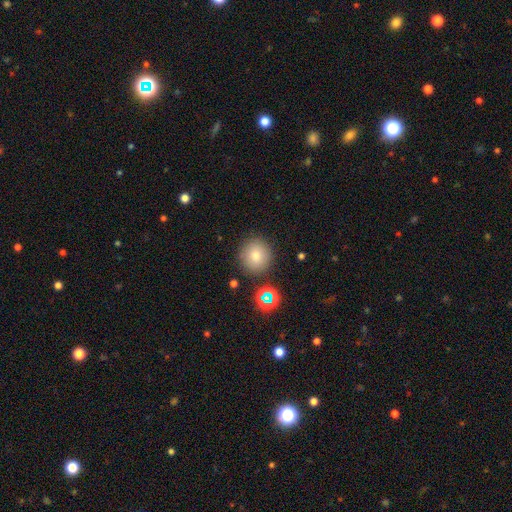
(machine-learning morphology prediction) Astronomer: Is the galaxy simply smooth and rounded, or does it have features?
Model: smooth — 77%.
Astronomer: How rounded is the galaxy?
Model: round — 93%.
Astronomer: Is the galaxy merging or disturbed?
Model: none — 86%.